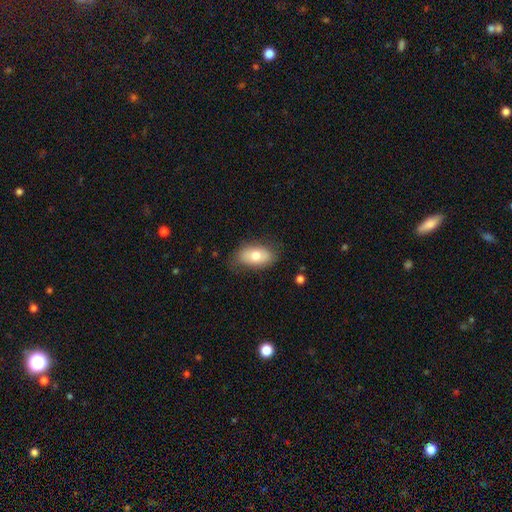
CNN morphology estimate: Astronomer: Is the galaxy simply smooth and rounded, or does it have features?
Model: smooth — 72%.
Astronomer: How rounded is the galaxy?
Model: in between — 92%.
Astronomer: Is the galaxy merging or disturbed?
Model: none — 74%.